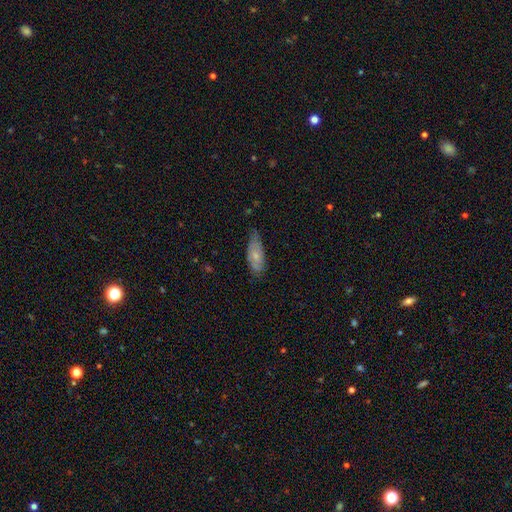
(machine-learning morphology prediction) Q: Smooth or featured?
A: smooth (63%); runner-up: featured or disk (30%)
Q: How rounded?
A: in between (76%); runner-up: cigar-shaped (21%)
Q: Merging?
A: none (57%); runner-up: minor disturbance (34%)